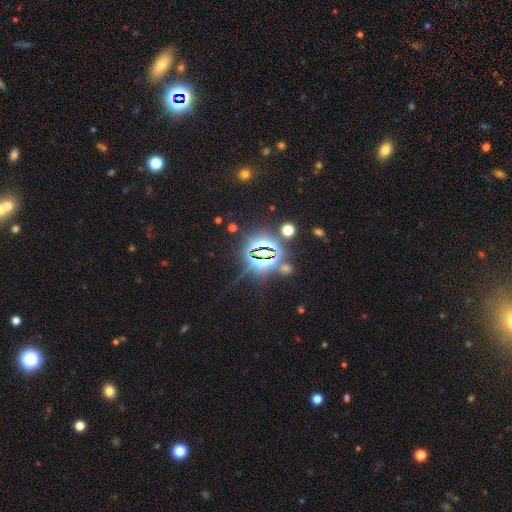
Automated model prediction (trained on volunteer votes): smooth-or-featured: star or artifact: 83% | smooth: 10% | featured or disk: 8%